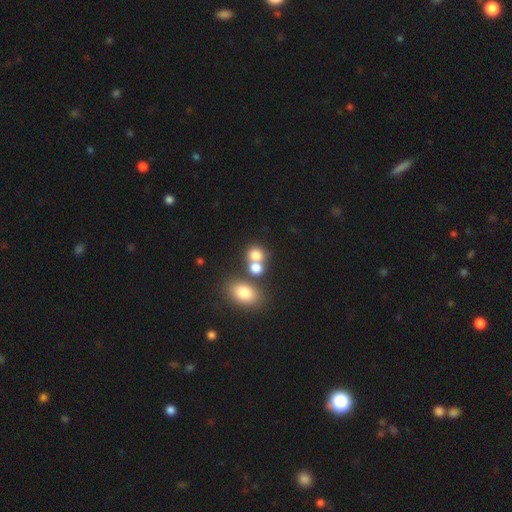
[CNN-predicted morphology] The model was most divided on "merging": merger: 45%, none: 43%, minor disturbance: 8%, major disturbance: 4%. More confident: smooth or featured — smooth (76%); how rounded — round (67%).